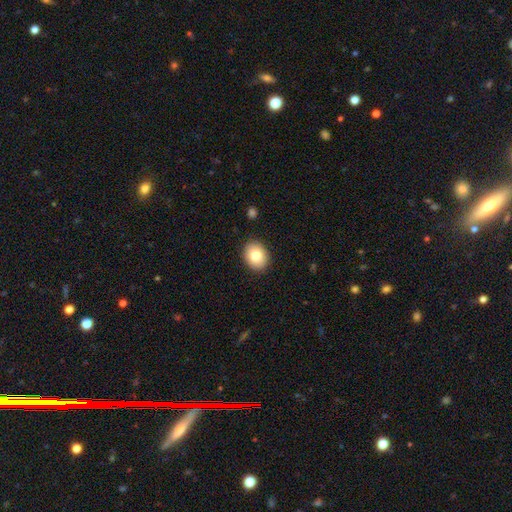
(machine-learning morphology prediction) A smooth galaxy with no disk features (83%) that is round (51%). Merging: none (89%).